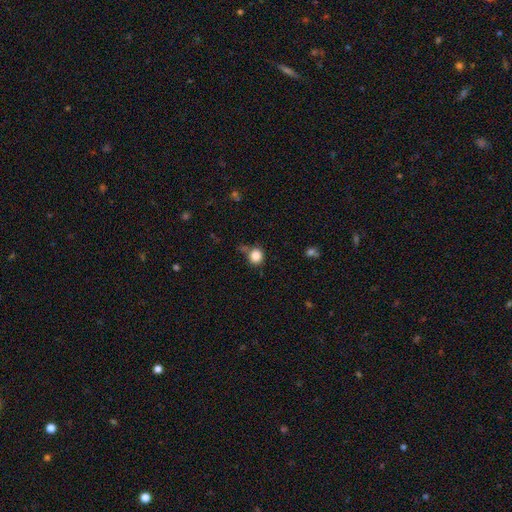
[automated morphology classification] Q: Smooth or featured?
A: smooth (85%); runner-up: star or artifact (10%)
Q: How rounded?
A: round (87%); runner-up: in between (12%)
Q: Merging?
A: none (68%); runner-up: minor disturbance (16%)